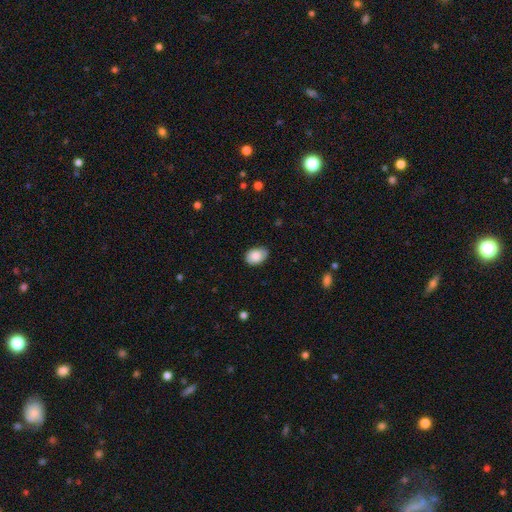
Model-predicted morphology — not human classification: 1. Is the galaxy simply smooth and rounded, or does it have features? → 84% smooth, 8% featured or disk, 7% star or artifact.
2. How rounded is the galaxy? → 78% in between, 21% round, 1% cigar-shaped.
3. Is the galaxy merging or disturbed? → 71% none, 24% minor disturbance, 4% major disturbance, 1% merger.